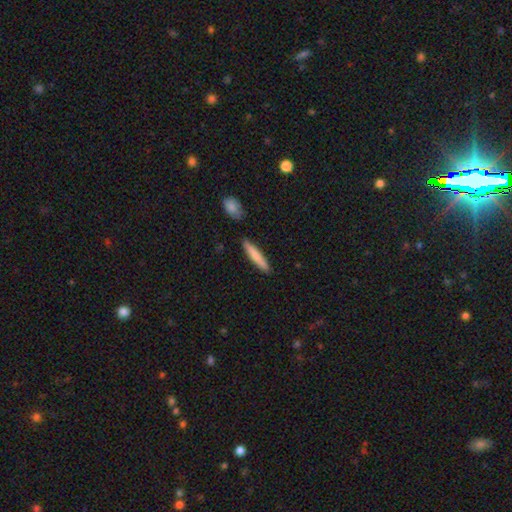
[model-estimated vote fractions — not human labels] A smooth galaxy with no disk features (78%) that is cigar-shaped (91%).

Vote fractions:
- Smooth or featured? smooth: 78% / featured or disk: 17% / star or artifact: 5%
- How rounded? cigar-shaped: 91% / in between: 7% / round: 1%
- Merging? none: 87% / minor disturbance: 8% / merger: 3% / major disturbance: 2%